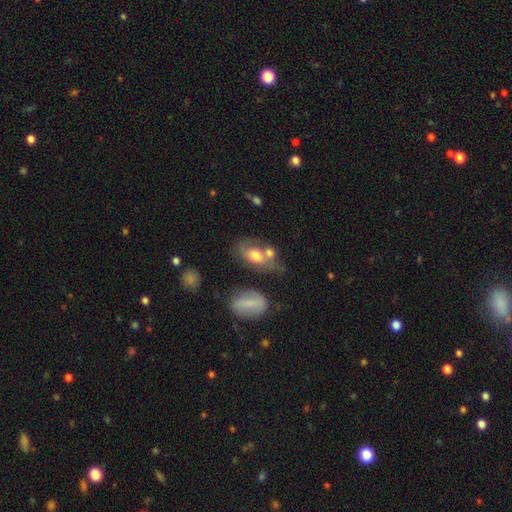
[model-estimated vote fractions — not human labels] Overall: smooth (61%; featured or disk 30%). How rounded: in between (79%). Merging: merger (38%; none 32%).